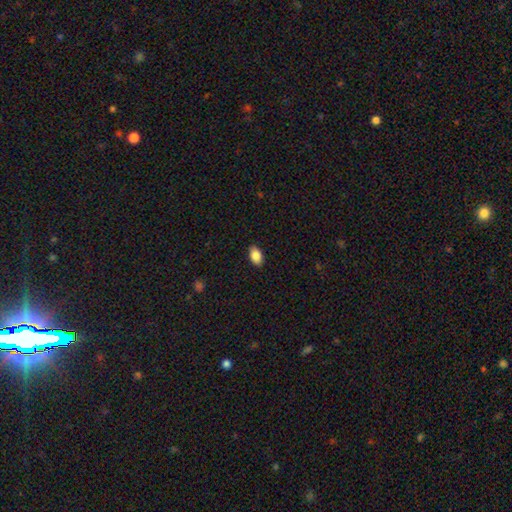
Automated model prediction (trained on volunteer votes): smooth 86%, star or artifact 7%, featured or disk 6%. Down the decision tree: how rounded — in between (91%); merging — none (89%).